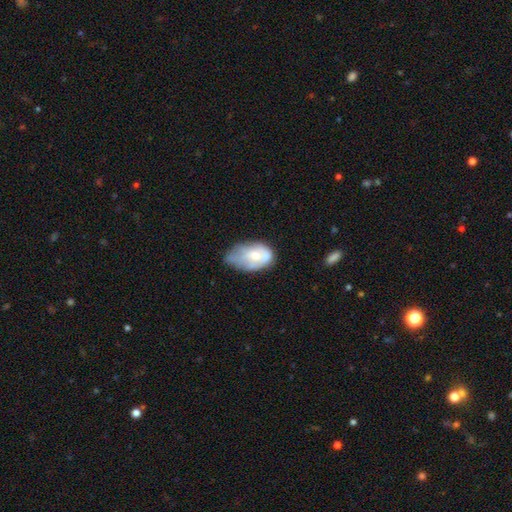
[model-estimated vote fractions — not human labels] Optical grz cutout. It shows a smooth galaxy with no disk features (52%) that is in between round and cigar-shaped (88%). Merging: minor disturbance (40%).